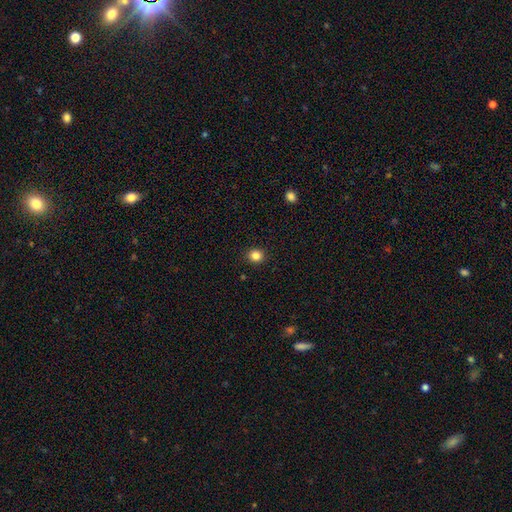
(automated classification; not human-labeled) Smooth or featured?
  - smooth: 84% *
  - star or artifact: 12%
  - featured or disk: 4%
How rounded?
  - round: 86% *
  - in between: 13%
  - cigar-shaped: 1%
Merging?
  - none: 92% *
  - minor disturbance: 5%
  - major disturbance: 2%
  - merger: 1%